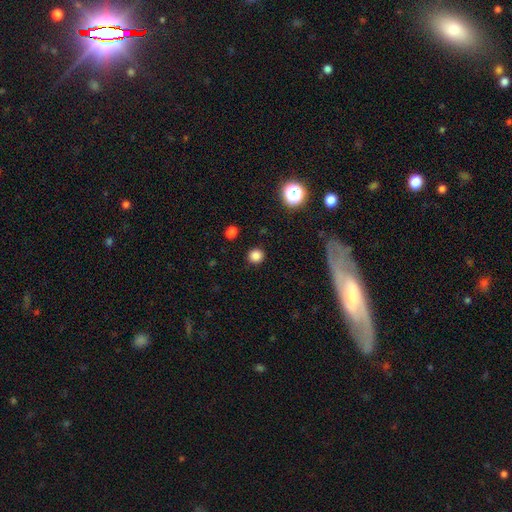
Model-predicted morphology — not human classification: type=smooth (83%); roundness=round (91%); merging=none (90%).